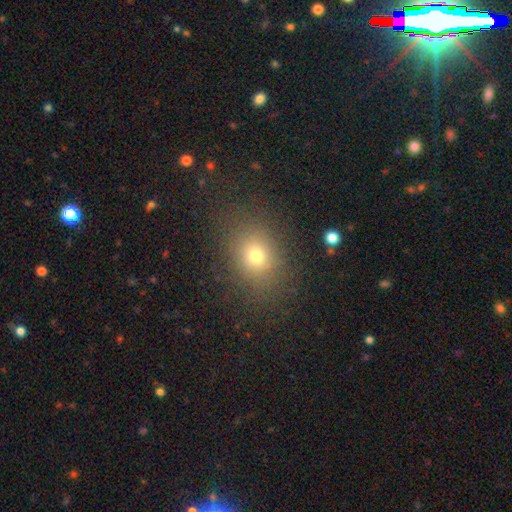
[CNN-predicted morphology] This is likely a smooth galaxy (71%). How rounded: possibly round (56%). Merging: clearly none (81%).